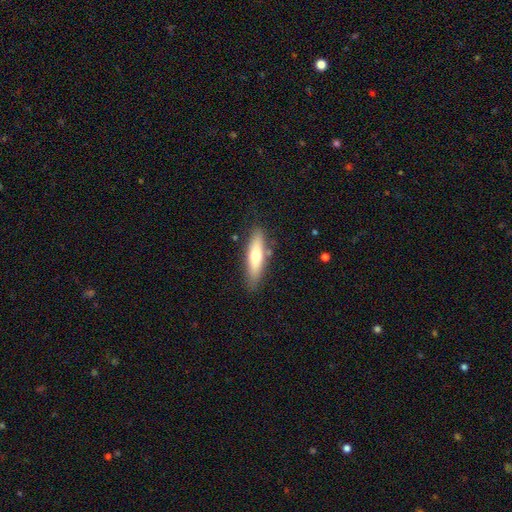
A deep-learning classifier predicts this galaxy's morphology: A smooth galaxy with no disk features (60%) that is cigar-shaped (66%). Merging: none (81%).